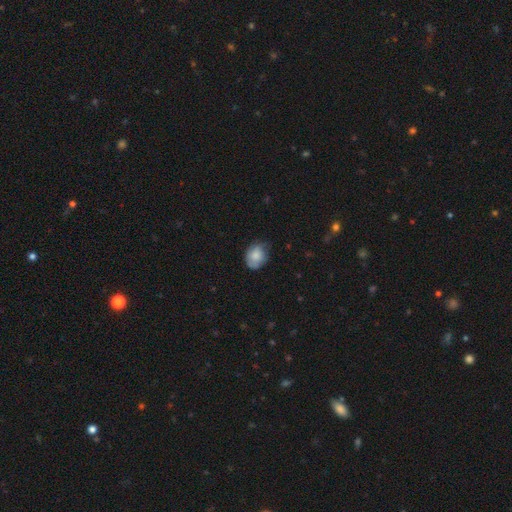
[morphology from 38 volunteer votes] type=smooth (68%); roundness=round (62%); merging=none (42%).